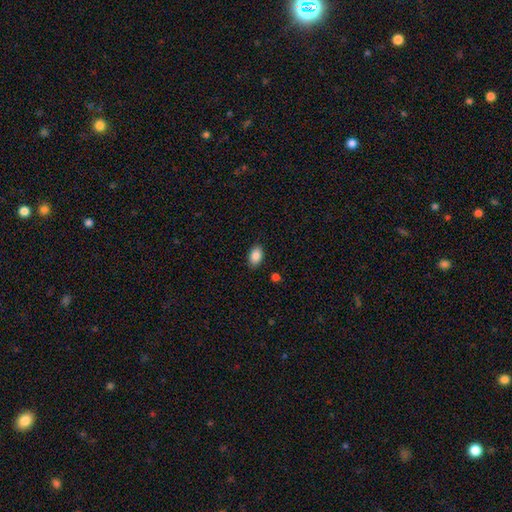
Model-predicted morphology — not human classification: Q: Smooth or featured?
A: smooth (88%); runner-up: star or artifact (8%)
Q: How rounded?
A: in between (88%); runner-up: round (11%)
Q: Merging?
A: none (87%); runner-up: minor disturbance (10%)